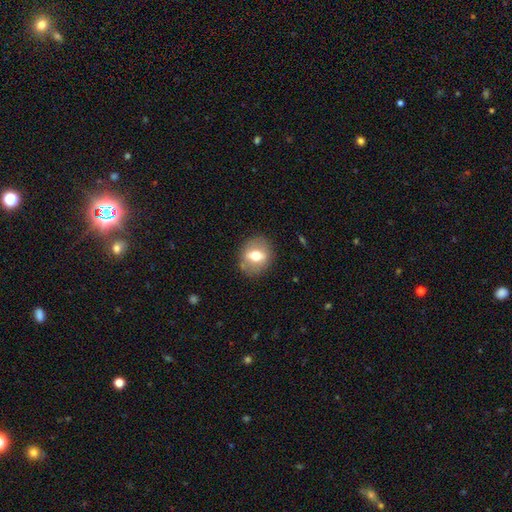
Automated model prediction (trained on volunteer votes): Smooth or featured: smooth — 55% (featured or disk — 36%)
How rounded: round — 59% (in between — 39%)
Merging: none — 85% (minor disturbance — 10%)